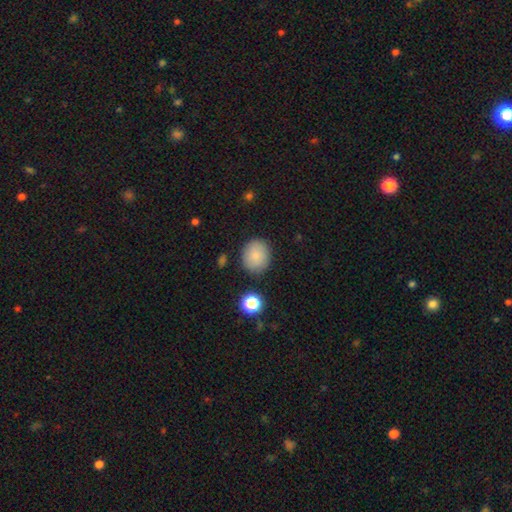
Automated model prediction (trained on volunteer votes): smooth-or-featured: smooth: 82% | featured or disk: 9% | star or artifact: 9%
  how-rounded: round: 73% | in between: 27% | cigar-shaped: 1%
  merging: none: 84% | minor disturbance: 10% | major disturbance: 3% | merger: 2%